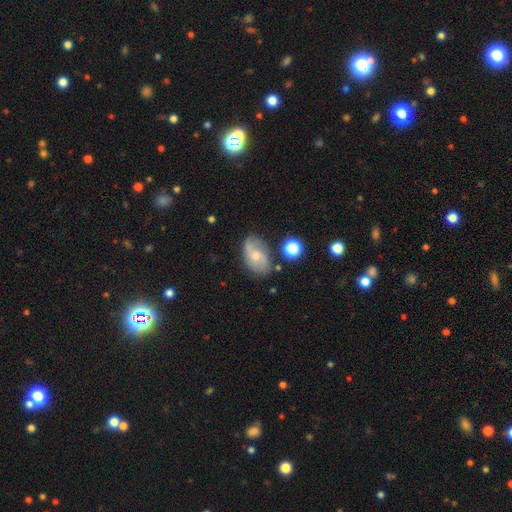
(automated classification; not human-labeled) Smooth or featured? featured or disk (58%)
Edge-on disk? no (95%)
Bar? no (64%)
Spiral arms? yes (83%)
Bulge size? small (56%)
Merging? none (68%)